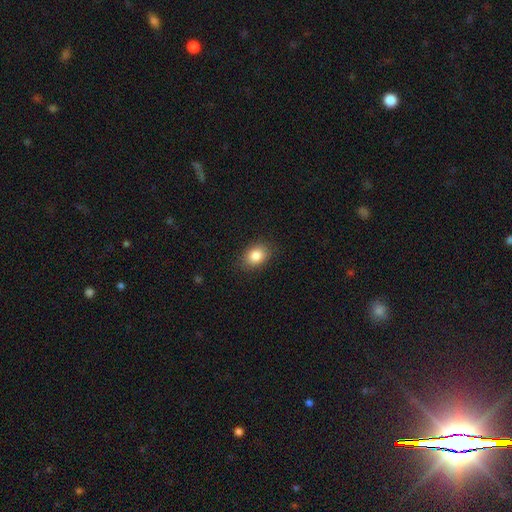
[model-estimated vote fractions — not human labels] Smooth or featured? smooth (85%)
How rounded? in between (69%)
Merging? none (86%)